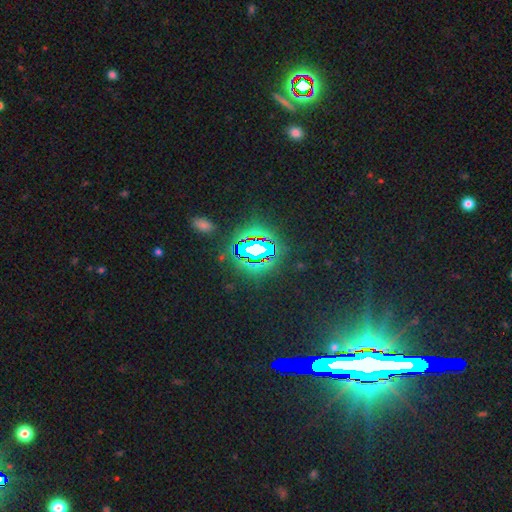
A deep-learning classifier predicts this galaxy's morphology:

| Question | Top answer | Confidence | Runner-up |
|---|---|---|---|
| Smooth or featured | star or artifact | 74% | smooth (14%) |